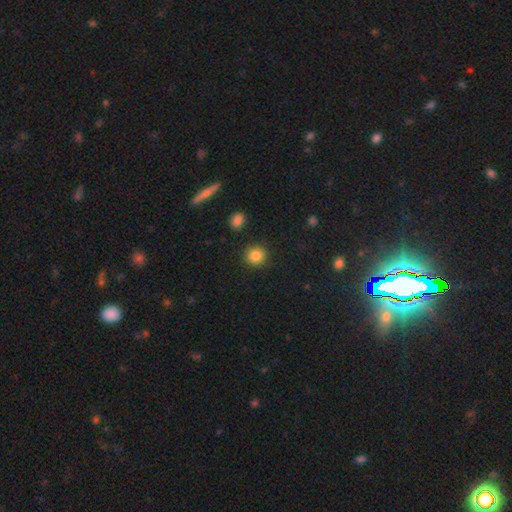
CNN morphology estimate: Smooth or featured: smooth — 85% (star or artifact — 10%)
How rounded: round — 91% (in between — 8%)
Merging: none — 89% (minor disturbance — 7%)